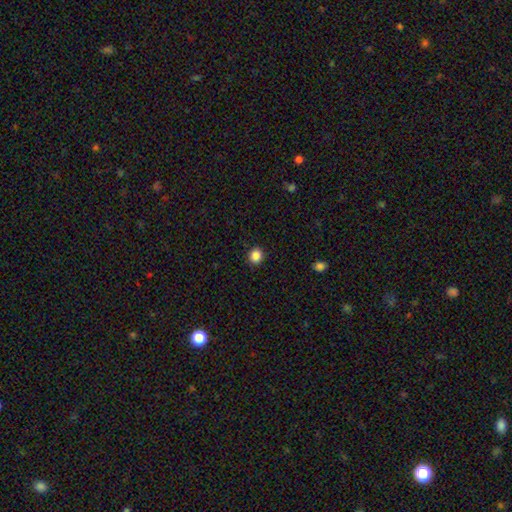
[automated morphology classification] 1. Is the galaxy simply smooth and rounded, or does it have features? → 87% smooth, 10% star or artifact, 3% featured or disk.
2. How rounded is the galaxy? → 84% round, 16% in between, 1% cigar-shaped.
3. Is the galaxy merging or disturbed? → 92% none, 5% minor disturbance, 2% major disturbance, 1% merger.